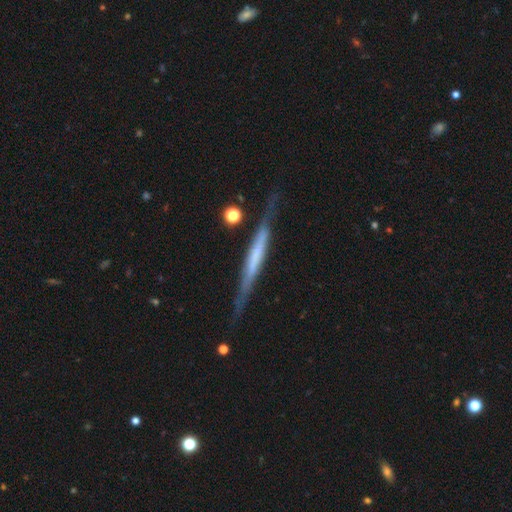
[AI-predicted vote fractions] Smooth or featured? featured or disk (64%)
Edge-on disk? yes (94%)
Edge-on bulge? none (67%)
Merging? none (77%)